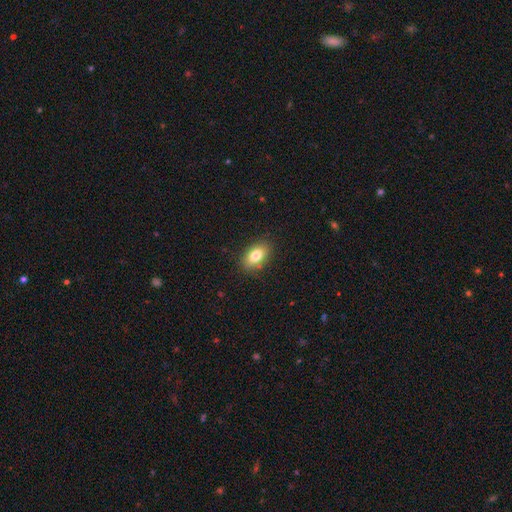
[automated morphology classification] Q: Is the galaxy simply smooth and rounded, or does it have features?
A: smooth — 81%.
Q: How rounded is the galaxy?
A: in between — 89%.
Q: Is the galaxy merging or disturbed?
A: none — 85%.